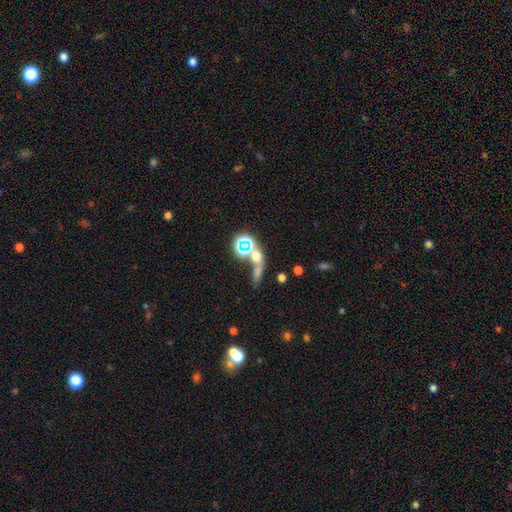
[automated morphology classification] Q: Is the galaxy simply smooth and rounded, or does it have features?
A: smooth — 46%.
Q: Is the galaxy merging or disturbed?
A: merger — 45%.